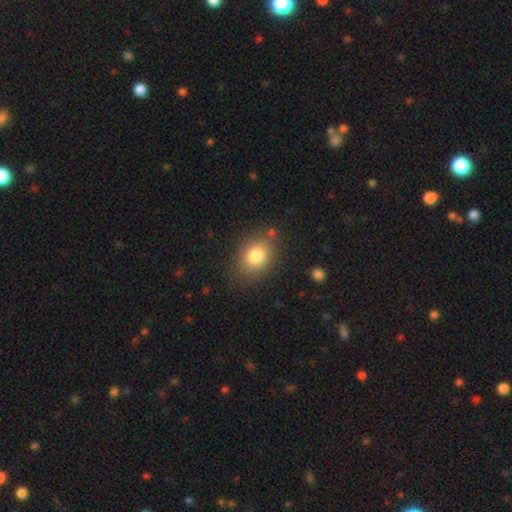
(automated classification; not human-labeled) smooth 82%, star or artifact 10%, featured or disk 9%. Down the decision tree: how rounded — in between (57%); merging — none (80%).